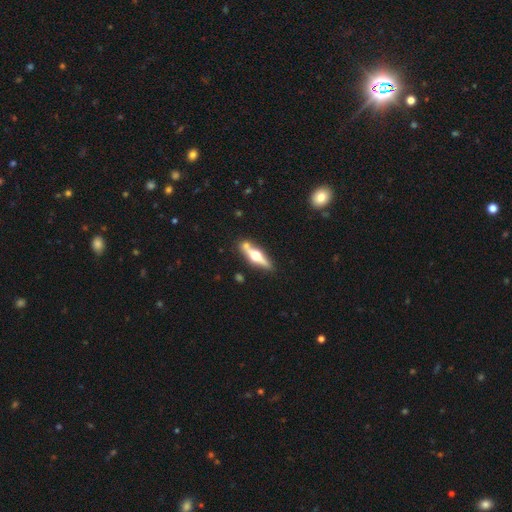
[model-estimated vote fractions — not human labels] smooth_or_featured: featured or disk (p=0.69) [alt: smooth p=0.26]
disk_edge_on: yes (p=0.95) [alt: no p=0.05]
edge_on_bulge: rounded (p=0.96) [alt: boxy p=0.03]
merging: none (p=0.79) [alt: minor disturbance p=0.12]